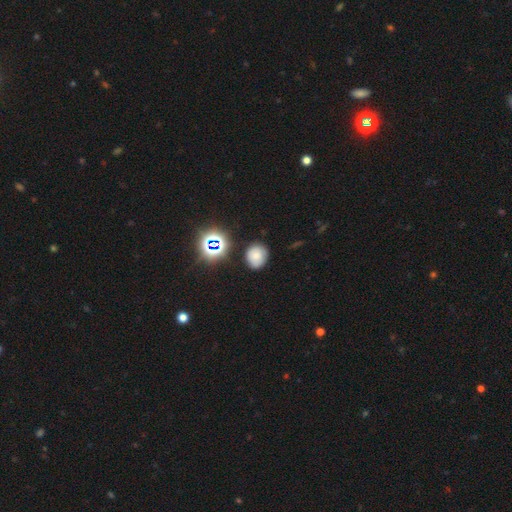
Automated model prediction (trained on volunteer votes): The model was most divided on "how rounded": round: 67%, in between: 32%, cigar-shaped: 1%. More confident: merging — none (78%); smooth or featured — smooth (67%).